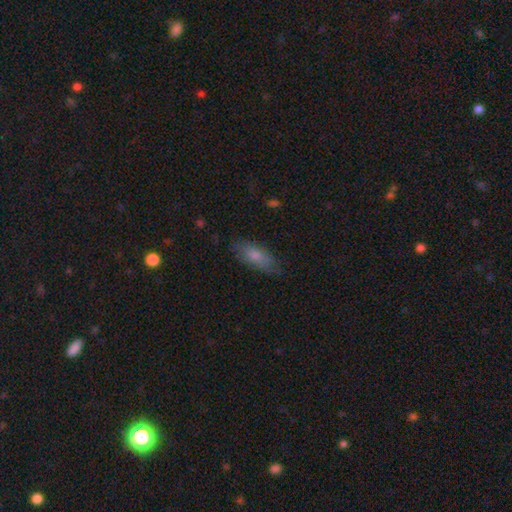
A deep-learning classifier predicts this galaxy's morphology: A smooth galaxy with no disk features (72%) that is in between round and cigar-shaped (73%). Merging: none (73%).